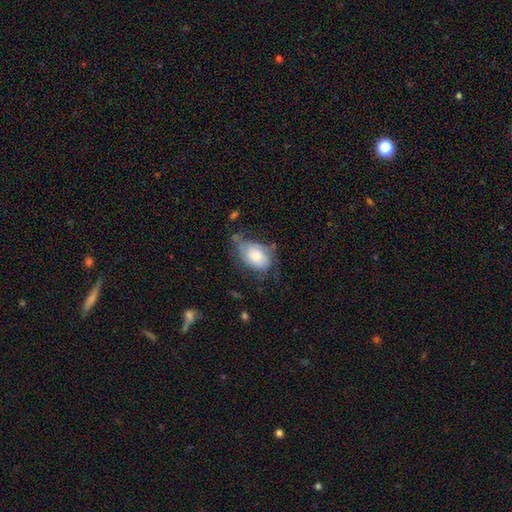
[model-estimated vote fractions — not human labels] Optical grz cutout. It shows a smooth galaxy with no disk features (69%) that is in between round and cigar-shaped (85%). Merging: minor disturbance (38%).